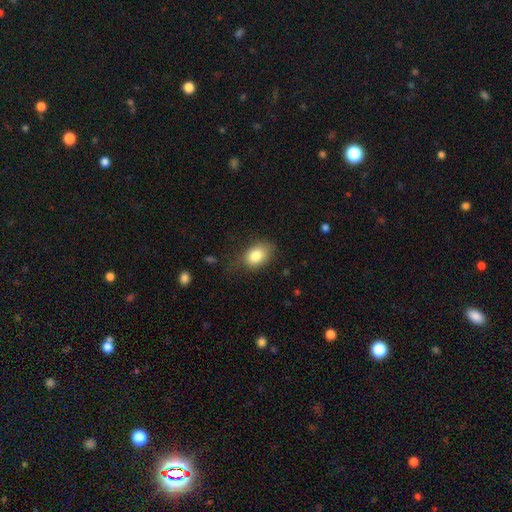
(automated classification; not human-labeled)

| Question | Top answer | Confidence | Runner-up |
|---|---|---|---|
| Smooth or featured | smooth | 84% | featured or disk (8%) |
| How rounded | in between | 80% | round (18%) |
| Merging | none | 65% | minor disturbance (25%) |